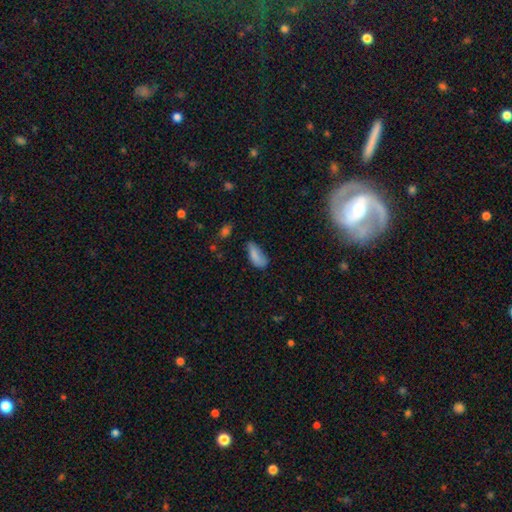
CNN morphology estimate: This is clearly a smooth galaxy (82%). How rounded: clearly in between (84%). Merging: possibly none (49%).